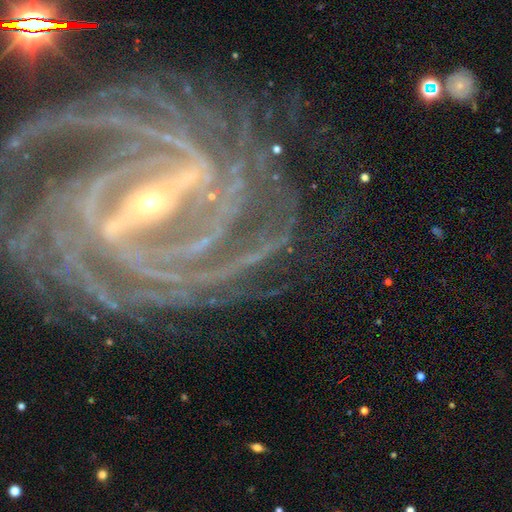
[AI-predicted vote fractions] smooth_or_featured: featured or disk (p=0.90) [alt: star or artifact p=0.07]
disk_edge_on: no (p=0.96) [alt: yes p=0.04]
bar: strong (p=0.78) [alt: weak p=0.14]
has_spiral_arms: yes (p=0.98) [alt: no p=0.02]
spiral_winding: tight (p=0.70) [alt: medium p=0.25]
spiral_arm_count: 4 (p=0.24) [alt: more than 4 p=0.23]
bulge_size: small (p=0.79) [alt: moderate p=0.17]
merging: none (p=0.72) [alt: minor disturbance p=0.15]